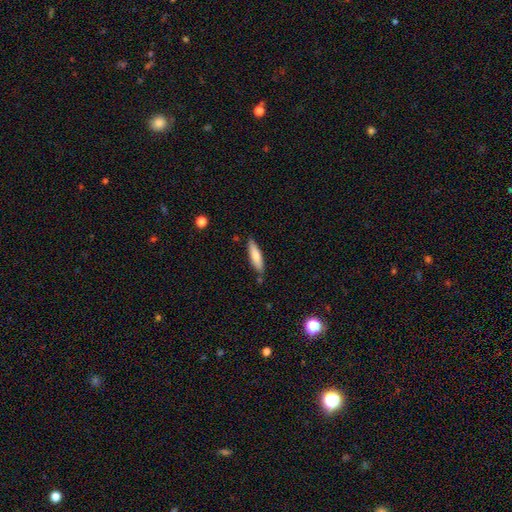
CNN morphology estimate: Smooth or featured: smooth — 74% (featured or disk — 20%)
How rounded: cigar-shaped — 72% (in between — 27%)
Merging: none — 82% (minor disturbance — 12%)